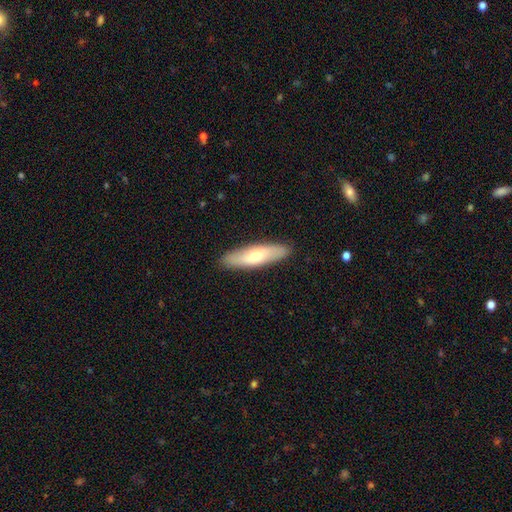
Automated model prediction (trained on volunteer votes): A smooth galaxy with no disk features (60%) that is cigar-shaped (62%). Merging: none (90%).